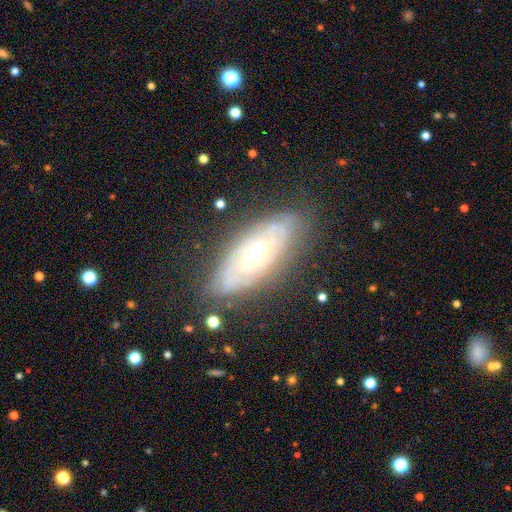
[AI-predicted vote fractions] Morphology: type=featured or disk (81%); edge-on=no (83%); bar=no (62%); spiral arms=yes (84%); winding=tight (77%); arm count=can't tell (59%); bulge=moderate (69%); merging=none (77%).